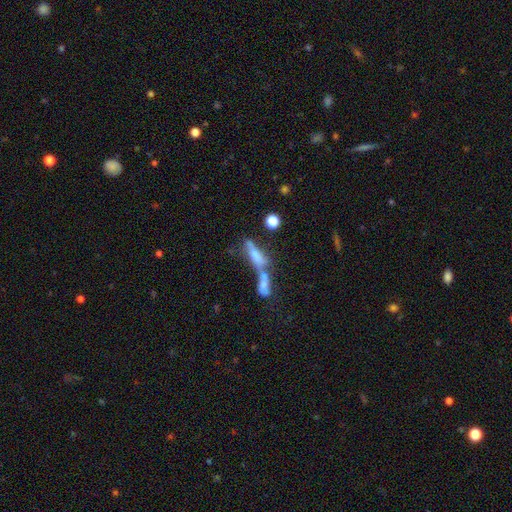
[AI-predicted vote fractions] smooth-or-featured: featured or disk: 47% | smooth: 36% | star or artifact: 16%
  merging: merger: 58% | none: 22% | major disturbance: 11% | minor disturbance: 9%